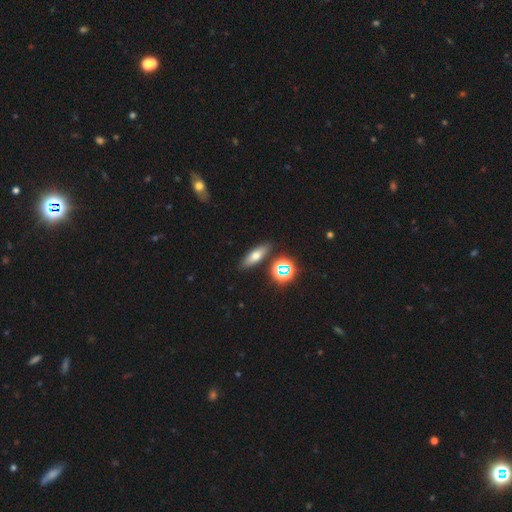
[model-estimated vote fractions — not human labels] A smooth galaxy with no disk features (62%) that is in between round and cigar-shaped (51%). Merging: none (84%).